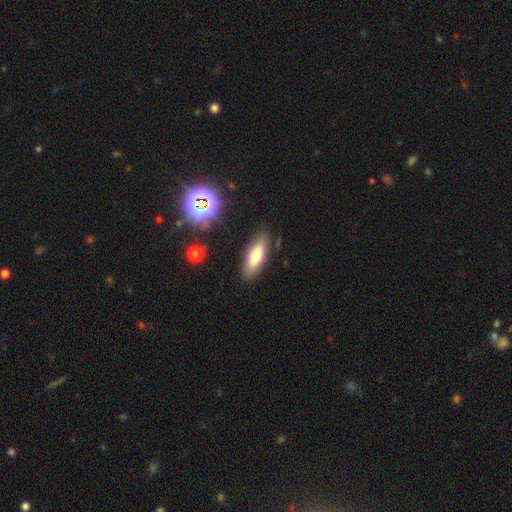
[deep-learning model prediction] Smooth or featured: smooth — 70% (featured or disk — 22%)
How rounded: in between — 70% (cigar-shaped — 27%)
Merging: none — 85% (minor disturbance — 11%)